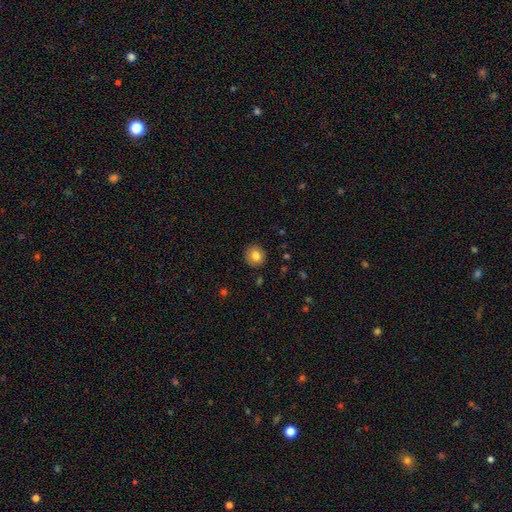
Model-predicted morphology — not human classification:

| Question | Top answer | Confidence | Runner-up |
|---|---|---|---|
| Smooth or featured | smooth | 81% | featured or disk (10%) |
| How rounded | round | 87% | in between (12%) |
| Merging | none | 90% | minor disturbance (7%) |